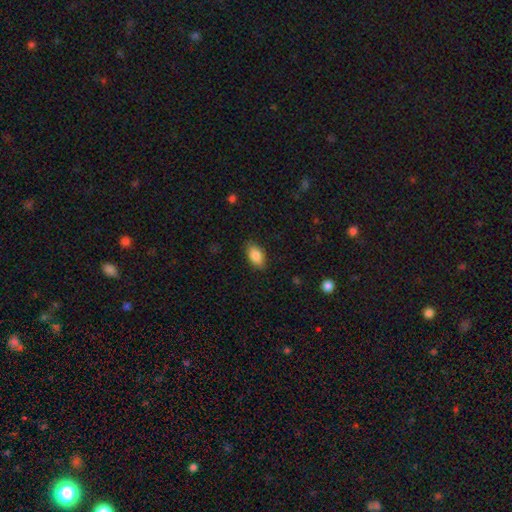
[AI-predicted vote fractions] Overall: smooth (86%). How rounded: in between (92%). Merging: none (85%).